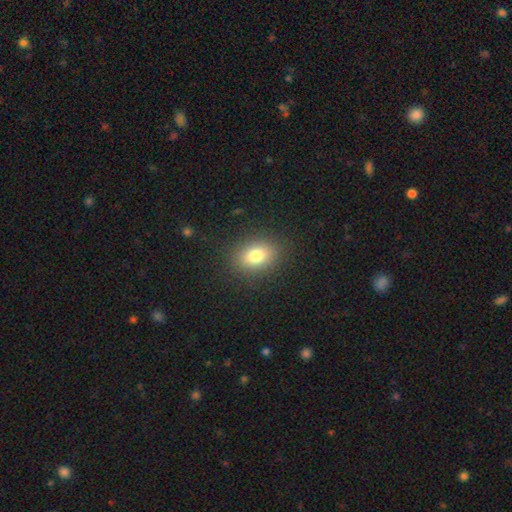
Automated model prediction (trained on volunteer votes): Morphology: type=smooth (79%); roundness=in between (65%); merging=none (87%).